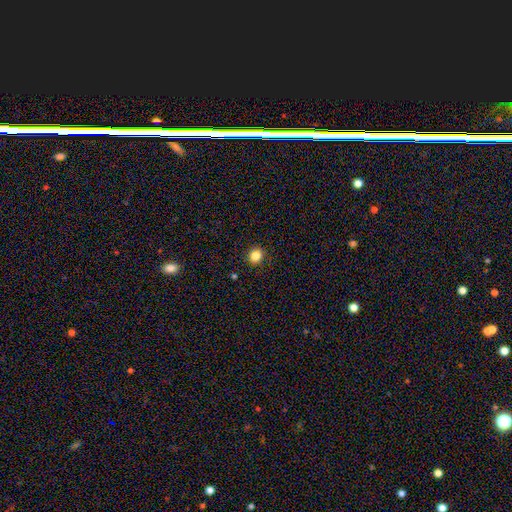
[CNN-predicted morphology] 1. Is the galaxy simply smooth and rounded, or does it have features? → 84% smooth, 11% star or artifact, 4% featured or disk.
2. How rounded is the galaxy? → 85% round, 14% in between, 1% cigar-shaped.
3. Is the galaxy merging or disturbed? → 91% none, 6% minor disturbance, 2% major disturbance, 1% merger.